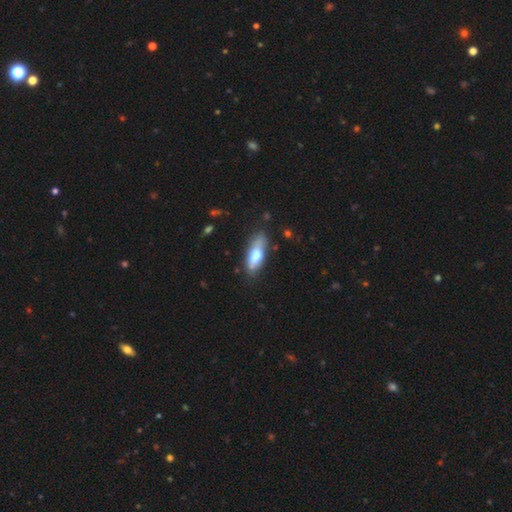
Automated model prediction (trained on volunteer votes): Smooth or featured? smooth (72%)
How rounded? in between (63%)
Merging? none (66%)